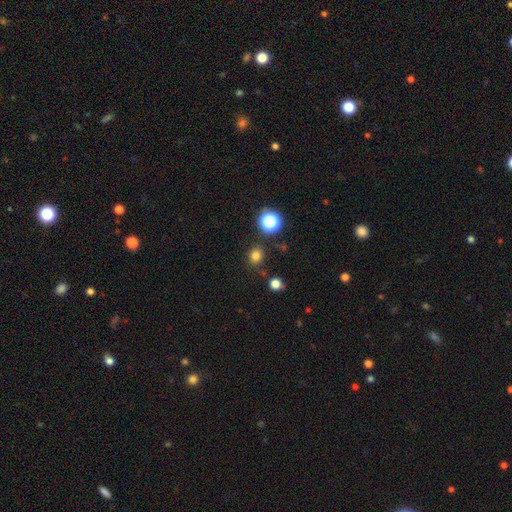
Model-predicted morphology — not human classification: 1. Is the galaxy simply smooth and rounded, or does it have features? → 78% smooth, 17% star or artifact, 5% featured or disk.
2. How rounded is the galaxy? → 79% round, 20% in between, 1% cigar-shaped.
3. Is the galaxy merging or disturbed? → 84% none, 9% minor disturbance, 4% merger, 3% major disturbance.